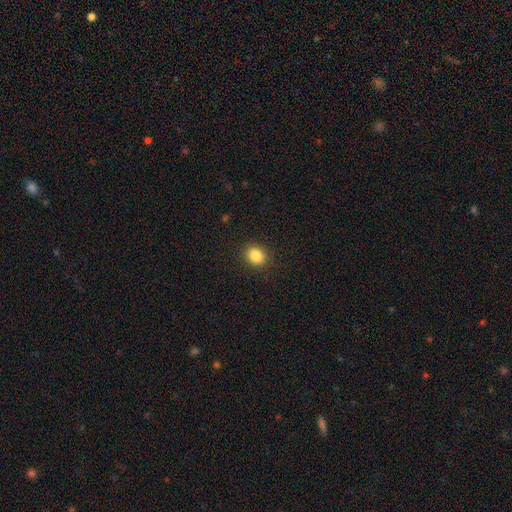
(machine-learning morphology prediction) Overall: smooth (86%). How rounded: round (65%; in between 34%). Merging: none (90%).